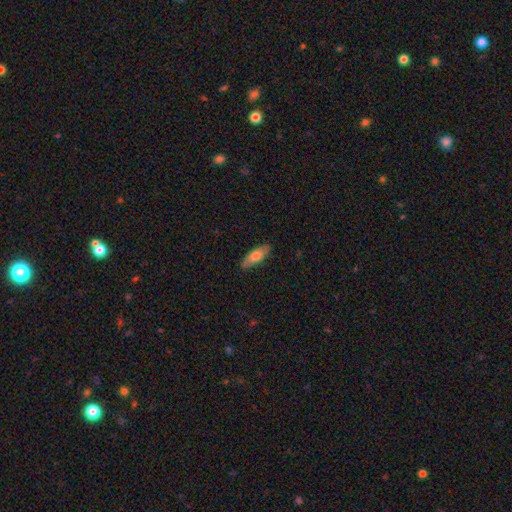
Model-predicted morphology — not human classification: Smooth or featured: smooth — 69% (featured or disk — 25%)
How rounded: in between — 55% (cigar-shaped — 42%)
Merging: none — 87% (minor disturbance — 10%)